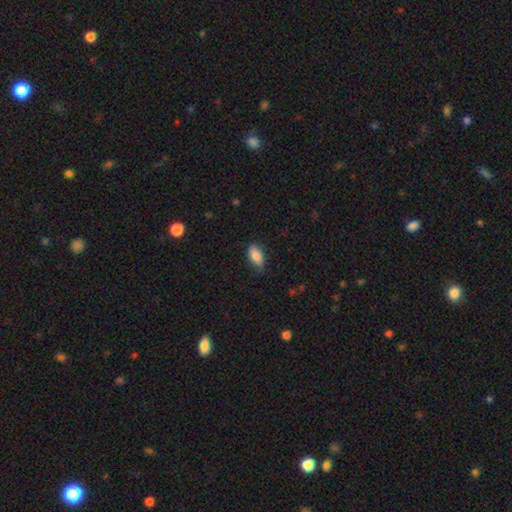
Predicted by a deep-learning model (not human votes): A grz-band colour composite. It shows a smooth galaxy with no disk features (86%) that is in between round and cigar-shaped (91%). Merging: none (73%).